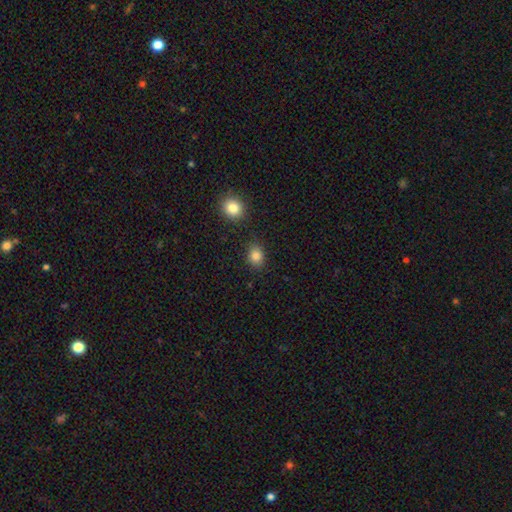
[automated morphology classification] Q: Smooth or featured?
A: smooth (85%); runner-up: star or artifact (11%)
Q: How rounded?
A: in between (51%); runner-up: round (48%)
Q: Merging?
A: none (82%); runner-up: minor disturbance (11%)